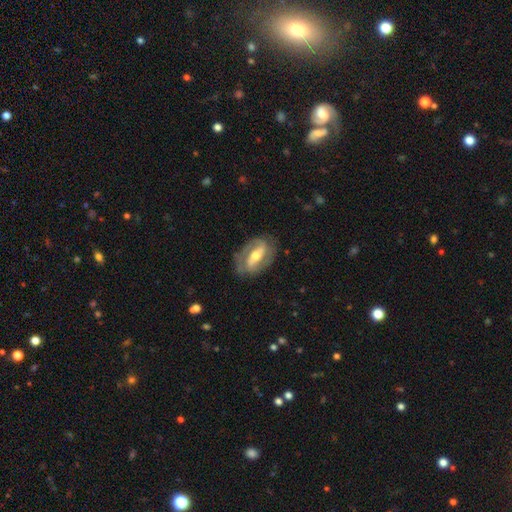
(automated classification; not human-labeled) A featured or disk galaxy (79%) with a strong bar (57%), 2 (86%) medium (44%) spiral arms (83%) and a moderate central bulge (66%). Merging: none (78%).